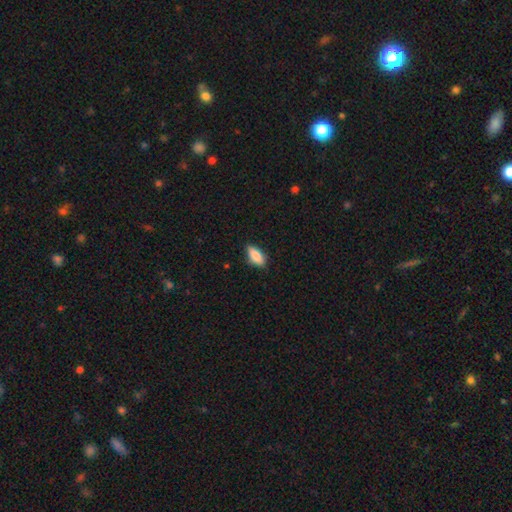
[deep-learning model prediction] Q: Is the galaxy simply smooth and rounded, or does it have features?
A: smooth — 85%.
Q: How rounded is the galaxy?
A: in between — 85%.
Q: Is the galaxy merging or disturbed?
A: none — 85%.